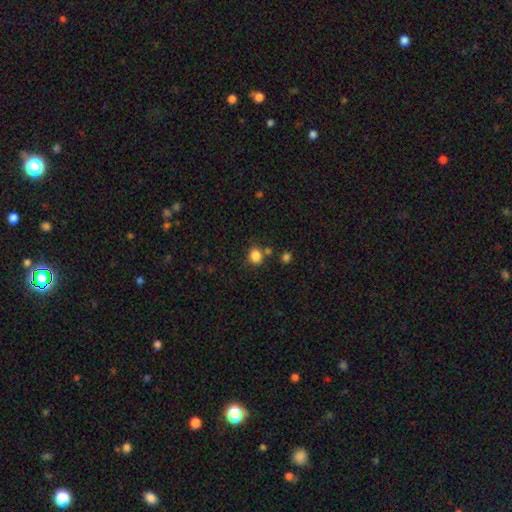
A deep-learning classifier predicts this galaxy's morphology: A smooth galaxy with no disk features (85%) that is round (54%).

Vote fractions:
- Smooth or featured? smooth: 85% / star or artifact: 10% / featured or disk: 4%
- How rounded? round: 54% / in between: 46% / cigar-shaped: 1%
- Merging? none: 74% / minor disturbance: 12% / merger: 11% / major disturbance: 4%